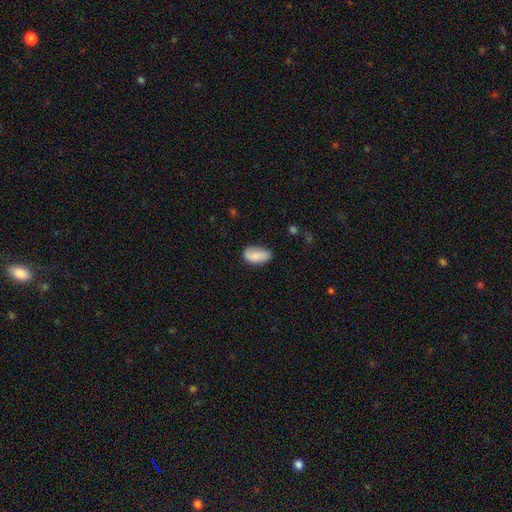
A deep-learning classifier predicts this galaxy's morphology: A smooth galaxy with no disk features (82%) that is in between round and cigar-shaped (93%).

Vote fractions:
- Smooth or featured? smooth: 82% / featured or disk: 12% / star or artifact: 7%
- How rounded? in between: 93% / round: 4% / cigar-shaped: 3%
- Merging? none: 68% / minor disturbance: 25% / major disturbance: 5% / merger: 2%